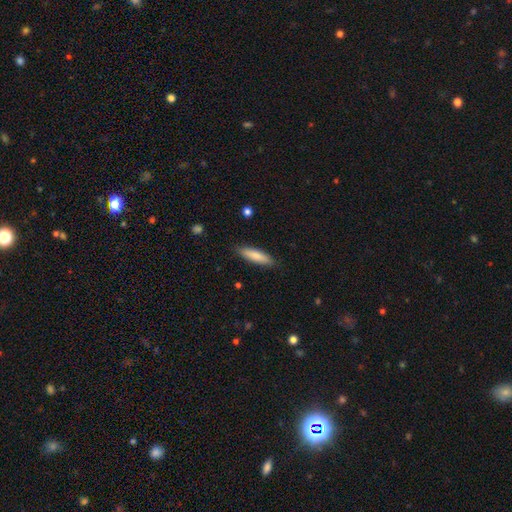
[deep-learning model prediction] Smooth or featured? smooth (82%)
How rounded? cigar-shaped (69%)
Merging? none (87%)